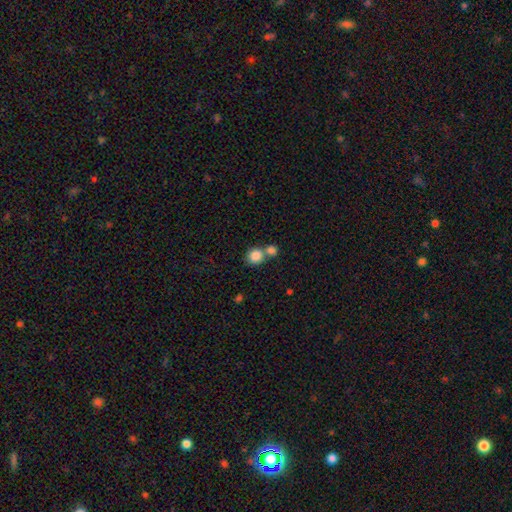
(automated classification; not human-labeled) Overall: smooth (85%). How rounded: round (86%). Merging: none (48%; merger 41%).